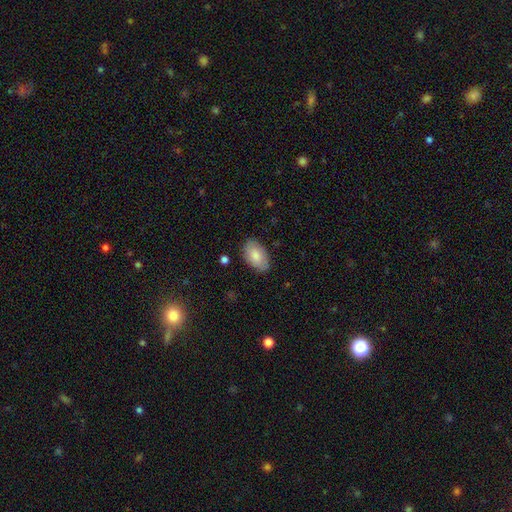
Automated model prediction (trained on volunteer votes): This appears to be a smooth galaxy with no disk features (82%) that is in between round and cigar-shaped (94%). Merging: none (83%).